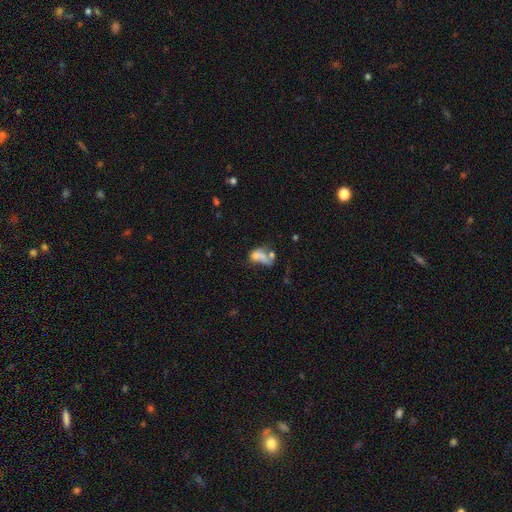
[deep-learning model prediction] A smooth galaxy with no disk features (43%). Merging: merger (34%).